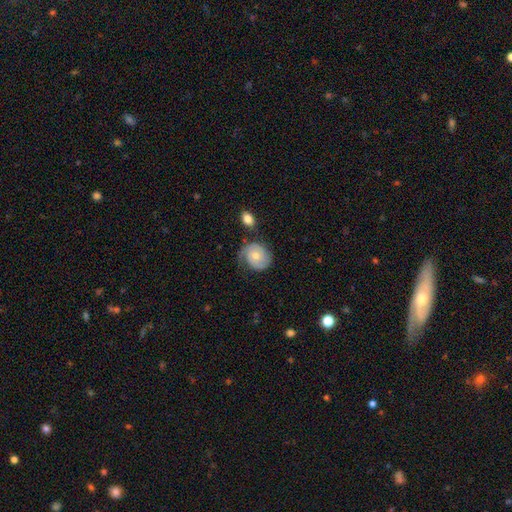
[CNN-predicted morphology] smooth-or-featured: featured or disk: 68% | smooth: 26% | star or artifact: 6%
  disk-edge-on: no: 98% | yes: 2%
    bar: no: 72% | weak: 24% | strong: 3%
    has-spiral-arms: yes: 92% | no: 8%
      spiral-winding: tight: 54% | medium: 33% | loose: 13%
      spiral-arm-count: 2: 61% | 1: 22% | can't tell: 11% | 3: 3% | 4: 1% | more than 4: 1%
    bulge-size: moderate: 57% | small: 37% | large: 3% | none: 2% | dominant: 1%
  merging: none: 60% | minor disturbance: 24% | major disturbance: 12% | merger: 4%